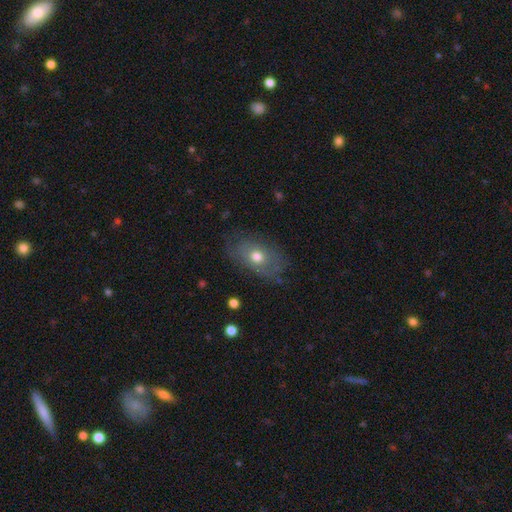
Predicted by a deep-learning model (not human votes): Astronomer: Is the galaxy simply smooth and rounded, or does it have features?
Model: smooth — 48% (runner-up: featured or disk, 38%).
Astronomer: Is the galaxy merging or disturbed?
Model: none — 76%.